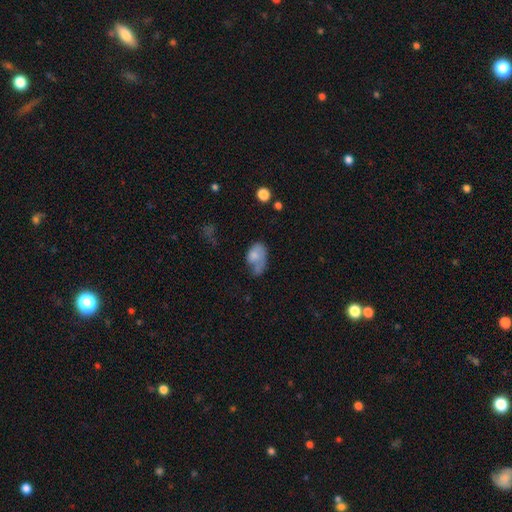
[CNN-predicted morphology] This appears to be a smooth galaxy with no disk features (65%) that is in between round and cigar-shaped (86%). Merging: major disturbance (33%).